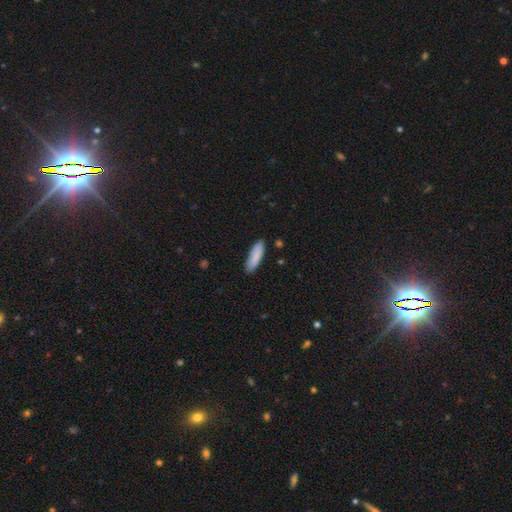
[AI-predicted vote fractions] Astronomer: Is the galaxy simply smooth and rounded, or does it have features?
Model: smooth — 87%.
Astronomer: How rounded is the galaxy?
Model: cigar-shaped — 55% (runner-up: in between, 43%).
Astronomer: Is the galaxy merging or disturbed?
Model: none — 85%.